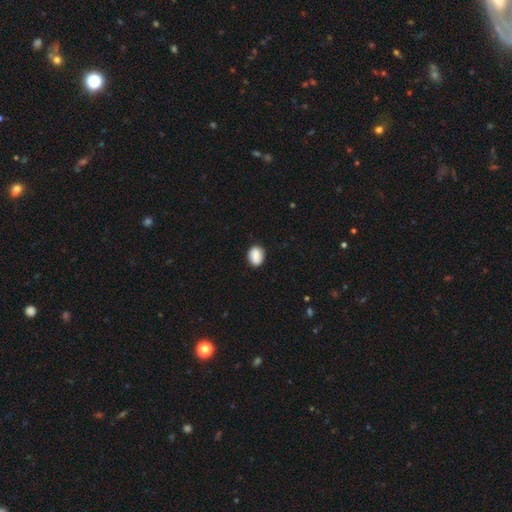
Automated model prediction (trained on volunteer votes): Smooth or featured: smooth — 88% (star or artifact — 7%)
How rounded: in between — 62% (round — 37%)
Merging: none — 87% (minor disturbance — 10%)